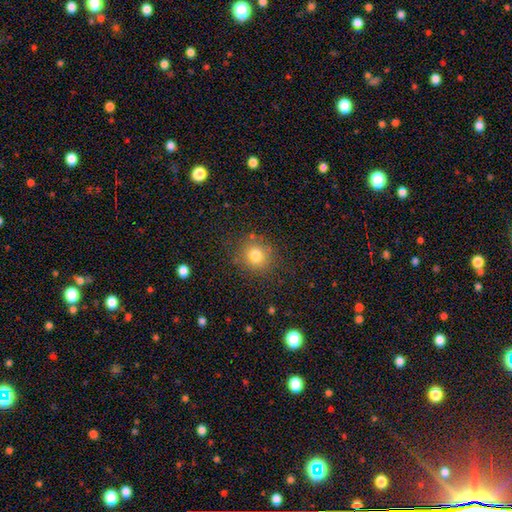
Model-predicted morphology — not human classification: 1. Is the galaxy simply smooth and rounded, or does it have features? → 78% smooth, 14% star or artifact, 8% featured or disk.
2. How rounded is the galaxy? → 87% round, 12% in between, 1% cigar-shaped.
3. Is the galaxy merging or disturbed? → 84% none, 10% minor disturbance, 4% major disturbance, 2% merger.